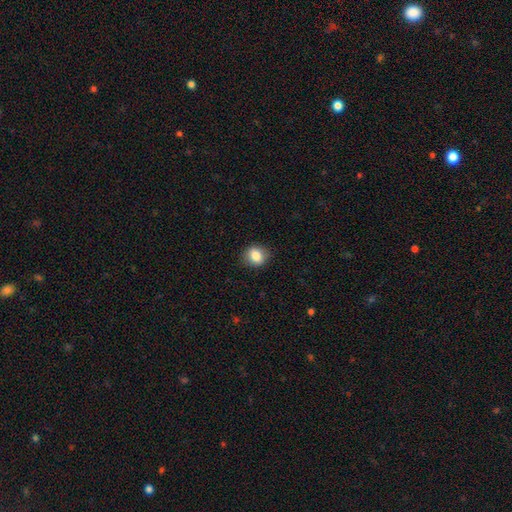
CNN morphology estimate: smooth 84%, star or artifact 9%, featured or disk 7%. Down the decision tree: how rounded — round (60%); merging — none (85%).